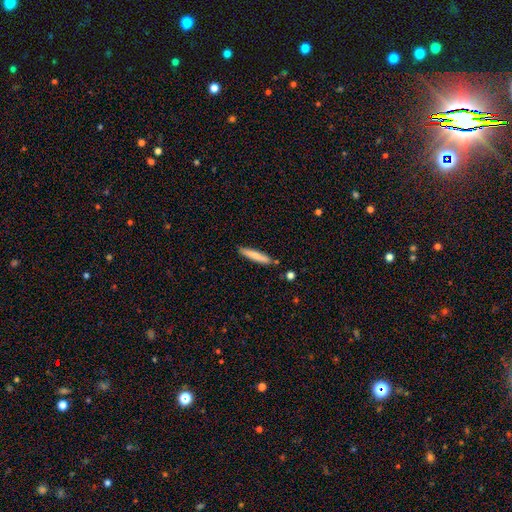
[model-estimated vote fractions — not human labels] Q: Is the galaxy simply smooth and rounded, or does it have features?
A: smooth — 79%.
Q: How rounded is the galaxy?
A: cigar-shaped — 92%.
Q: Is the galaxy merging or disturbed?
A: none — 87%.